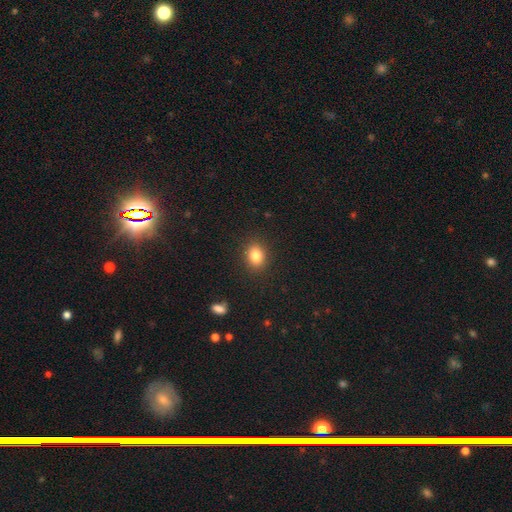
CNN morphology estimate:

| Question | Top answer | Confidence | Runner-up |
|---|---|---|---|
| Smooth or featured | smooth | 83% | star or artifact (10%) |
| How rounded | in between | 55% | round (44%) |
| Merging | none | 89% | minor disturbance (8%) |